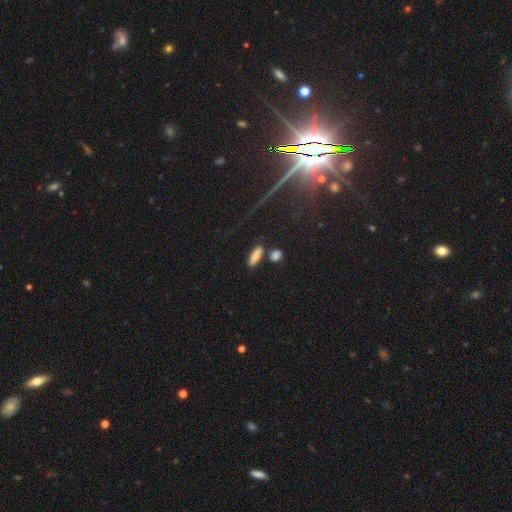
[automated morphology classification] smooth_or_featured: smooth (p=0.79) [alt: featured or disk p=0.11]
how_rounded: in between (p=0.58) [alt: cigar-shaped p=0.39]
merging: none (p=0.74) [alt: minor disturbance p=0.13]